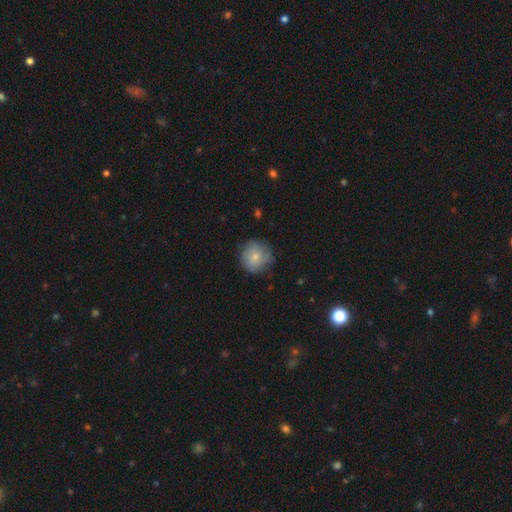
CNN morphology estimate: Q: Smooth or featured?
A: smooth (73%); runner-up: featured or disk (19%)
Q: How rounded?
A: round (91%); runner-up: in between (8%)
Q: Merging?
A: none (73%); runner-up: minor disturbance (21%)